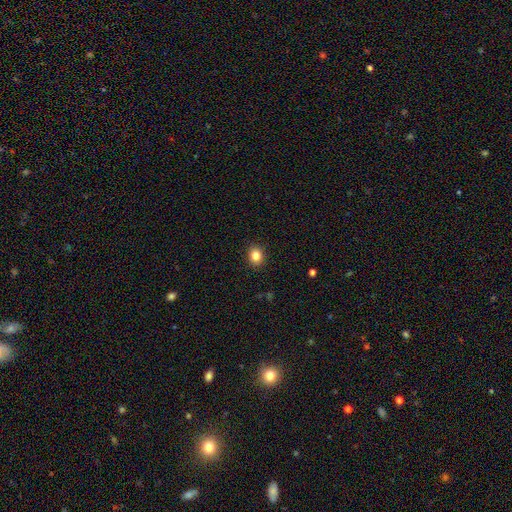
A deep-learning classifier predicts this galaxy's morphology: A smooth galaxy with no disk features (84%) that is round (63%).

Vote fractions:
- Smooth or featured? smooth: 84% / star or artifact: 11% / featured or disk: 5%
- How rounded? round: 63% / in between: 36% / cigar-shaped: 1%
- Merging? none: 91% / minor disturbance: 6% / major disturbance: 2% / merger: 1%